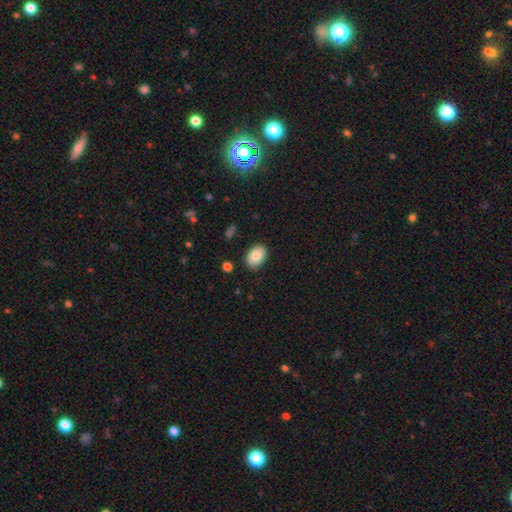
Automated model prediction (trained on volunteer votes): Smooth or featured?
  - smooth: 84% *
  - featured or disk: 9%
  - star or artifact: 7%
How rounded?
  - in between: 84% *
  - round: 15%
  - cigar-shaped: 1%
Merging?
  - none: 86% *
  - minor disturbance: 11%
  - major disturbance: 2%
  - merger: 1%